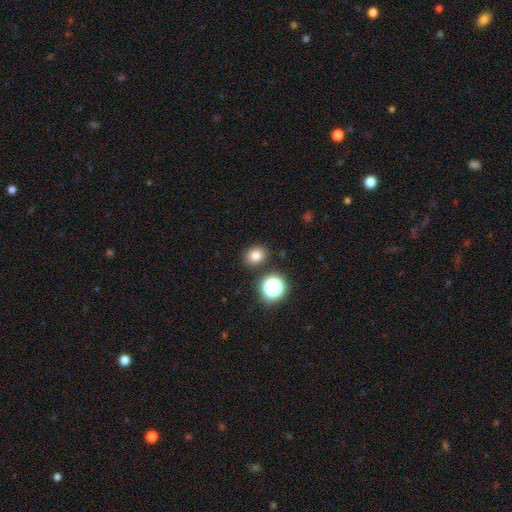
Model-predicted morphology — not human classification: Smooth or featured: smooth — 78% (star or artifact — 15%)
How rounded: round — 60% (in between — 39%)
Merging: none — 85% (minor disturbance — 8%)